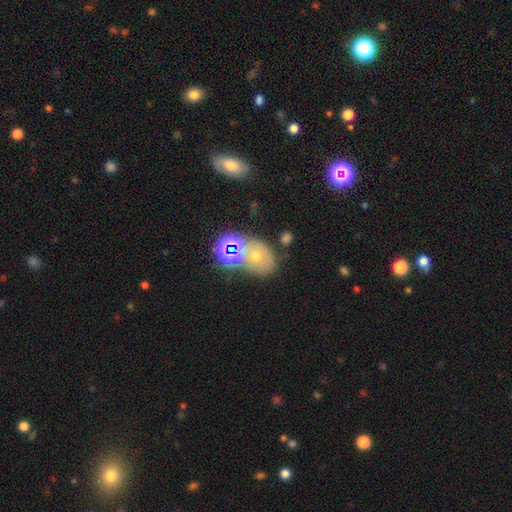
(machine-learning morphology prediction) The model was most divided on "smooth or featured" (3-way tie): star or artifact: 33%, featured or disk: 33%, smooth: 33%.